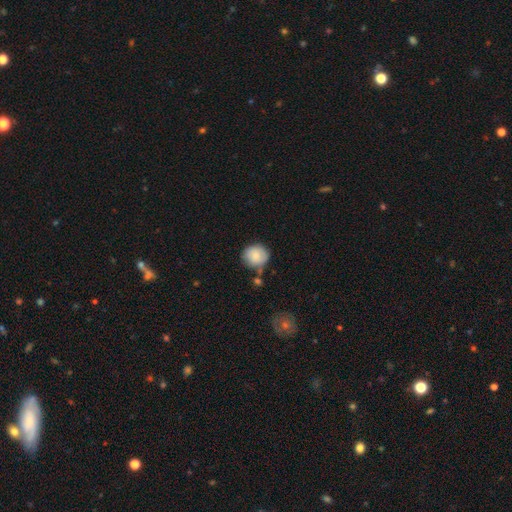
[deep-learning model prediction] The model was most divided on "merging": none: 67%, minor disturbance: 19%, merger: 9%, major disturbance: 5%. More confident: how rounded — round (84%); smooth or featured — smooth (81%).